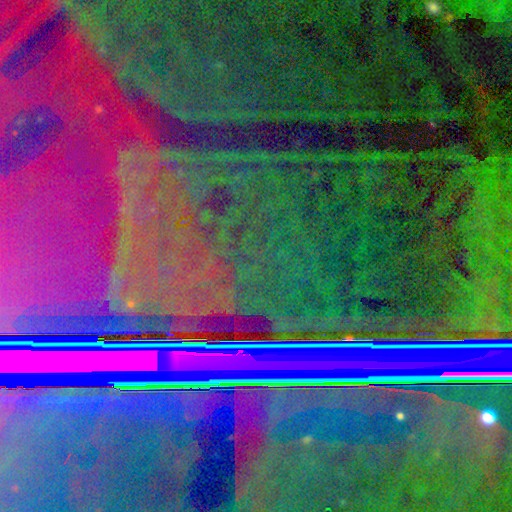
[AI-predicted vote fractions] Overall: star or artifact (89%).